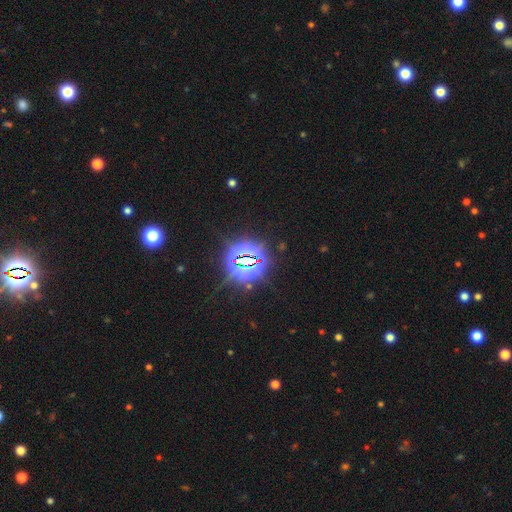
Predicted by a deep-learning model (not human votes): star or artifact 84%, smooth 10%, featured or disk 6%.